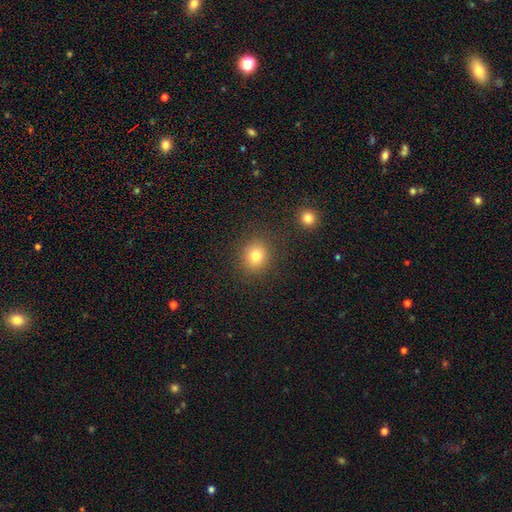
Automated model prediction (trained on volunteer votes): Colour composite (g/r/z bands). It shows a smooth galaxy with no disk features (80%) that is round (81%). Merging: none (86%).